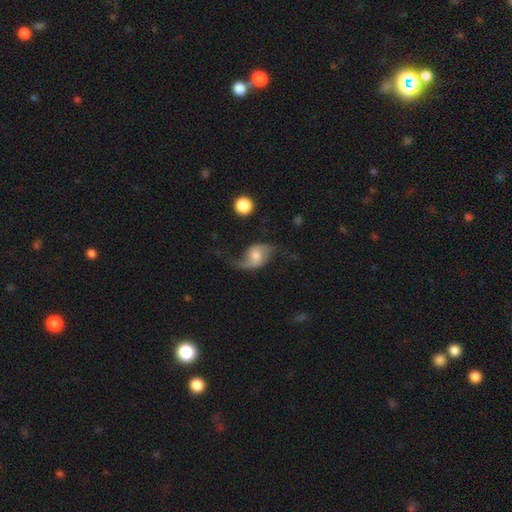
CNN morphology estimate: Smooth or featured?
  - featured or disk: 68% *
  - smooth: 25%
  - star or artifact: 7%
Edge-on disk?
  - no: 96% *
  - yes: 4%
Bar?
  - no: 51% *
  - weak: 39%
  - strong: 11%
Spiral arms?
  - yes: 90% *
  - no: 10%
Spiral winding?
  - loose: 83% *
  - medium: 14%
  - tight: 3%
Spiral arm count?
  - 2: 79% *
  - 1: 15%
  - can't tell: 3%
  - 3: 1%
  - 4: 1%
  - more than 4: 1%
Bulge size?
  - moderate: 54% *
  - small: 28%
  - large: 11%
  - none: 5%
  - dominant: 2%
Merging?
  - none: 47% *
  - major disturbance: 25%
  - minor disturbance: 24%
  - merger: 3%